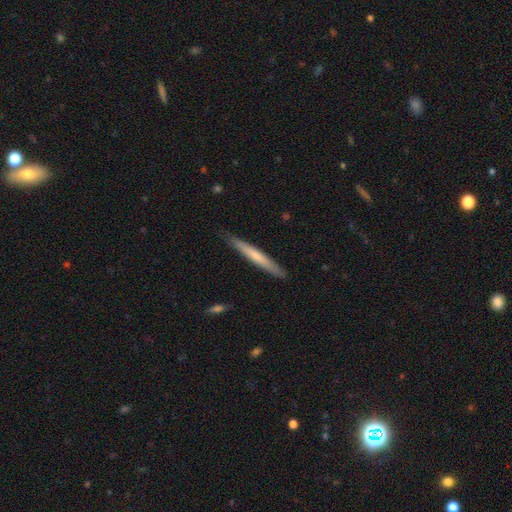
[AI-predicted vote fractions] Smooth or featured: smooth — 59% (featured or disk — 36%)
How rounded: cigar-shaped — 96% (in between — 3%)
Merging: none — 88% (minor disturbance — 9%)